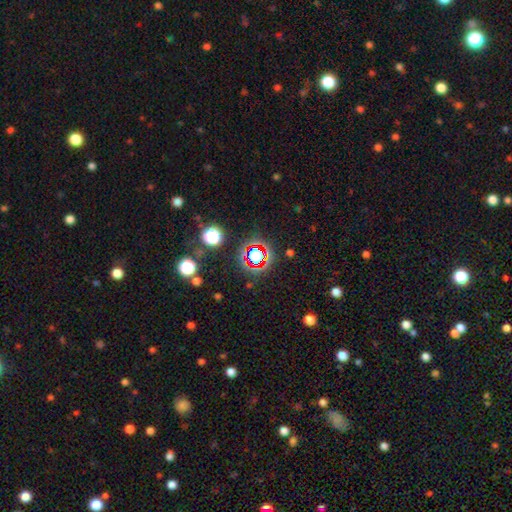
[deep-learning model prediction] A star or artifact, not a galaxy (64%).

Vote fractions:
- Smooth or featured? star or artifact: 64% / smooth: 23% / featured or disk: 13%